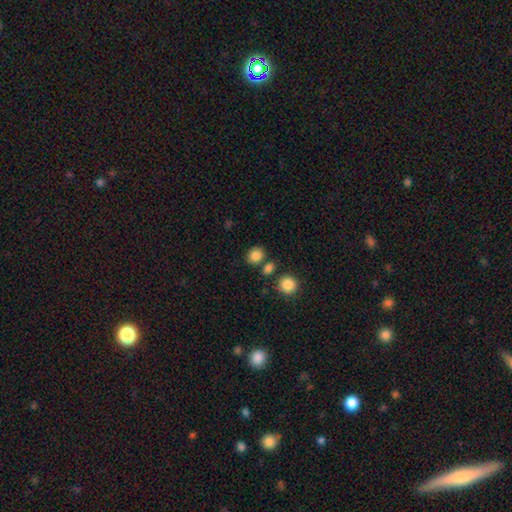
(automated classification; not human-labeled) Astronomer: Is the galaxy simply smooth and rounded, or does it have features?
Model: smooth — 84%.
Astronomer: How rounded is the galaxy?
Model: round — 63%.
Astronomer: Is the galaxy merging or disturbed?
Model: none — 72%.